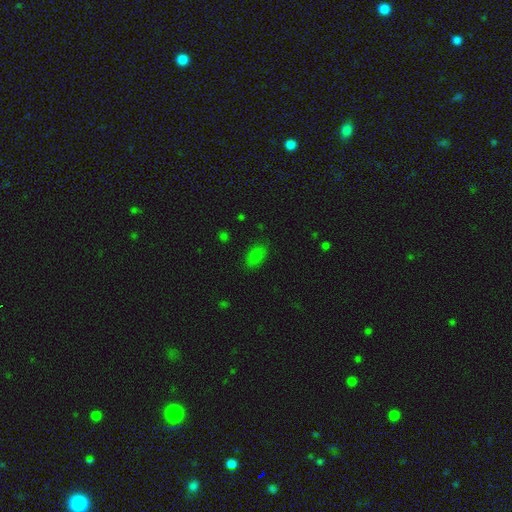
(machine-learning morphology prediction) Smooth or featured?
  - smooth: 81% *
  - star or artifact: 13%
  - featured or disk: 6%
How rounded?
  - in between: 90% *
  - round: 7%
  - cigar-shaped: 3%
Merging?
  - none: 82% *
  - minor disturbance: 13%
  - major disturbance: 3%
  - merger: 1%